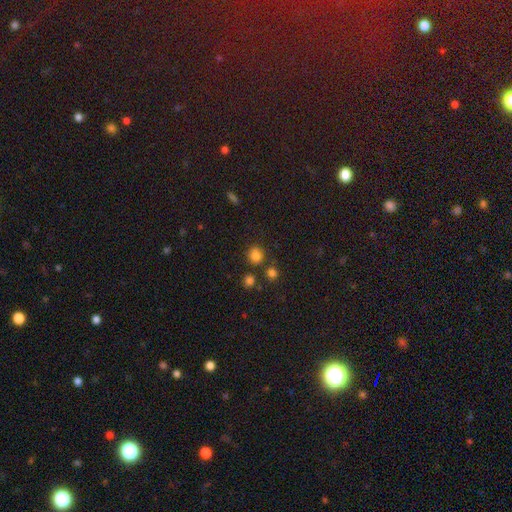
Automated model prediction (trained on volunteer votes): This is clearly a smooth galaxy (81%). How rounded: clearly round (87%). Merging: likely none (79%).